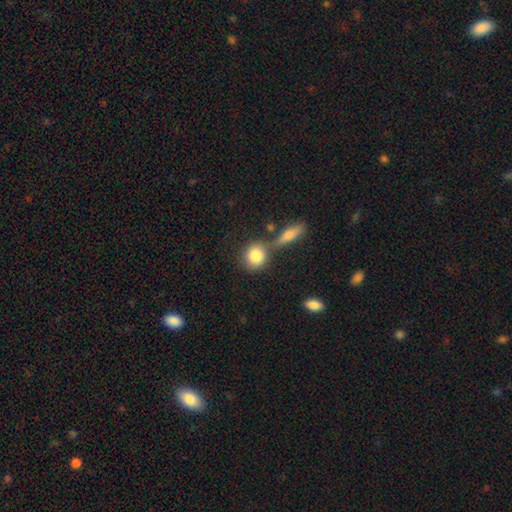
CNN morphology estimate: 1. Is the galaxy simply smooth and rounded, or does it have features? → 83% smooth, 9% featured or disk, 8% star or artifact.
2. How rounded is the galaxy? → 80% round, 17% in between, 3% cigar-shaped.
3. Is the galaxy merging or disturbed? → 58% none, 26% merger, 11% minor disturbance, 5% major disturbance.